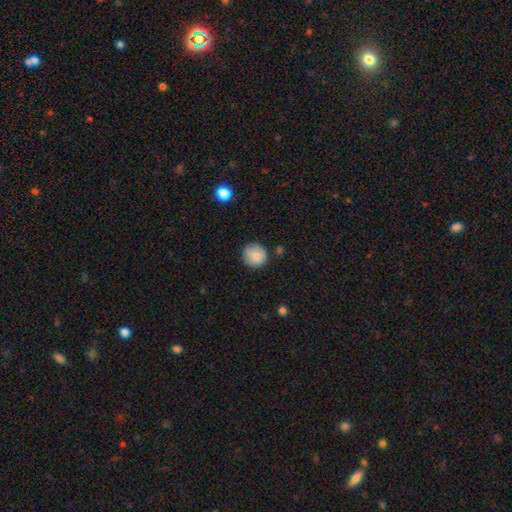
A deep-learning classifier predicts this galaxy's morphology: This is clearly a smooth galaxy (82%). How rounded: clearly round (93%). Merging: clearly none (80%).